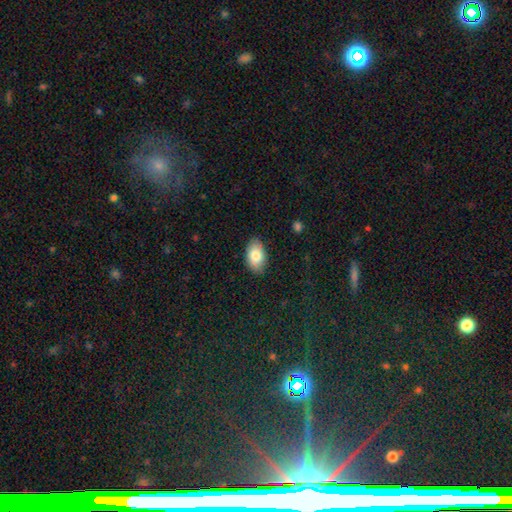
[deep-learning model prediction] Overall: smooth (79%). How rounded: in between (92%). Merging: none (85%).